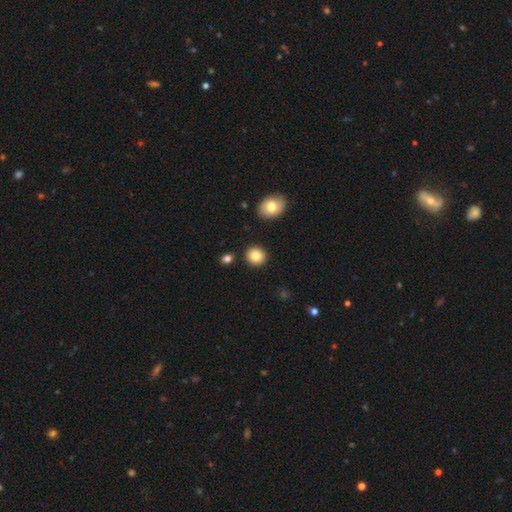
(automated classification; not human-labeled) Smooth or featured: smooth — 84% (star or artifact — 9%)
How rounded: round — 86% (in between — 13%)
Merging: none — 89% (minor disturbance — 6%)